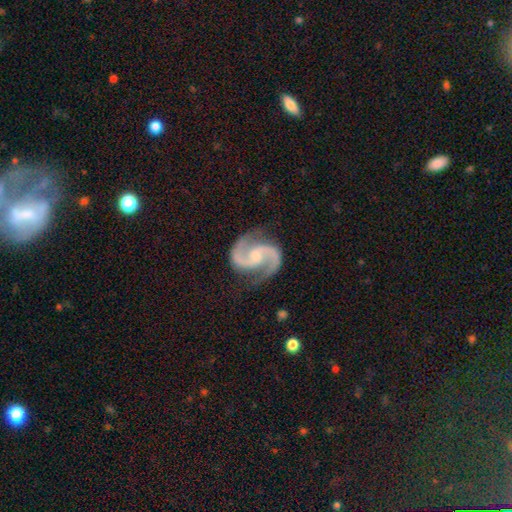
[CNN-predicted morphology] A featured or disk galaxy (94%) with no bar (50%), 2 (95%) medium (66%) spiral arms (99%) and a small central bulge (52%). Merging: none (83%).